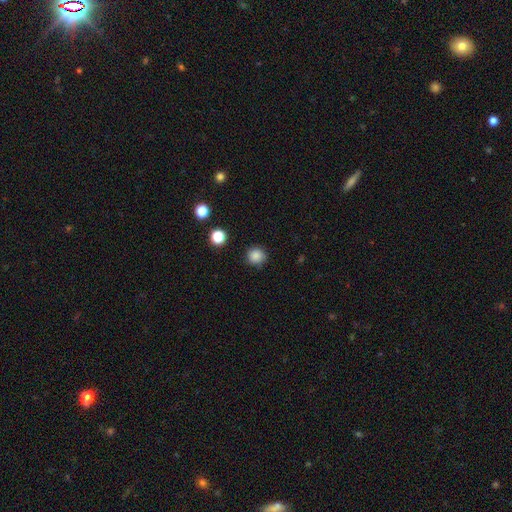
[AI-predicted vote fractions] Morphology: type=smooth (86%); roundness=round (93%); merging=none (88%).